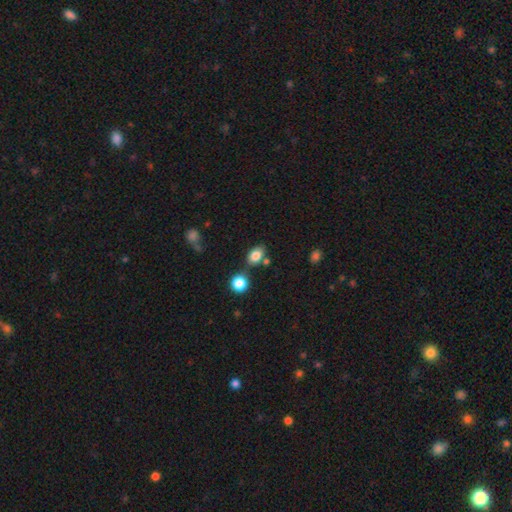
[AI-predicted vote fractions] This appears to be a smooth galaxy with no disk features (82%) that is in between round and cigar-shaped (81%). Merging: none (68%).